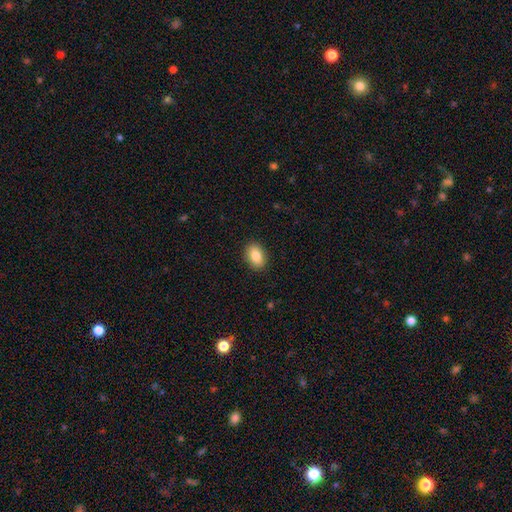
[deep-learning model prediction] Overall: smooth (84%). How rounded: in between (86%). Merging: none (90%).